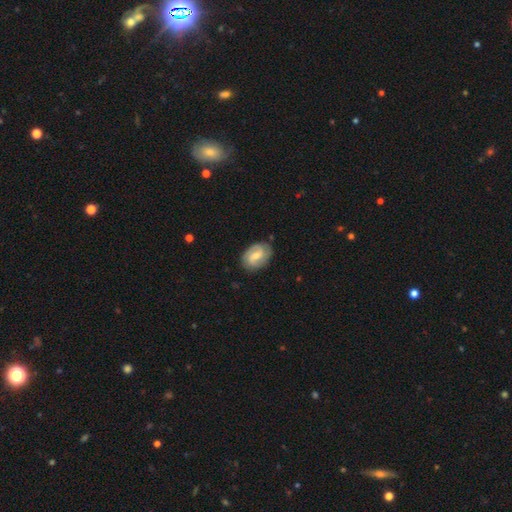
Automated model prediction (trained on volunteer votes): Q: Smooth or featured?
A: featured or disk (63%); runner-up: smooth (31%)
Q: Edge-on disk?
A: no (96%); runner-up: yes (4%)
Q: Bar?
A: weak (55%); runner-up: no (29%)
Q: Spiral arms?
A: yes (86%); runner-up: no (14%)
Q: Spiral winding?
A: medium (42%); runner-up: tight (35%)
Q: Spiral arm count?
A: 2 (73%); runner-up: can't tell (15%)
Q: Bulge size?
A: moderate (56%); runner-up: small (38%)
Q: Merging?
A: none (80%); runner-up: minor disturbance (15%)